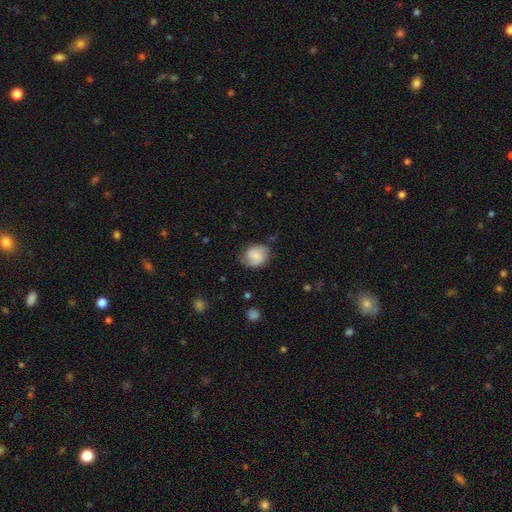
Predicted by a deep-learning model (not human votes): Smooth or featured: smooth — 67% (featured or disk — 25%)
How rounded: round — 61% (in between — 38%)
Merging: none — 60% (minor disturbance — 29%)